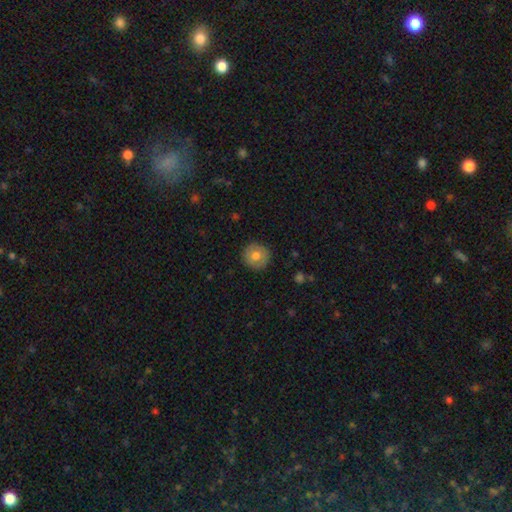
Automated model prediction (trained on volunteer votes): Morphology: type=smooth (71%); roundness=round (94%); merging=none (89%).